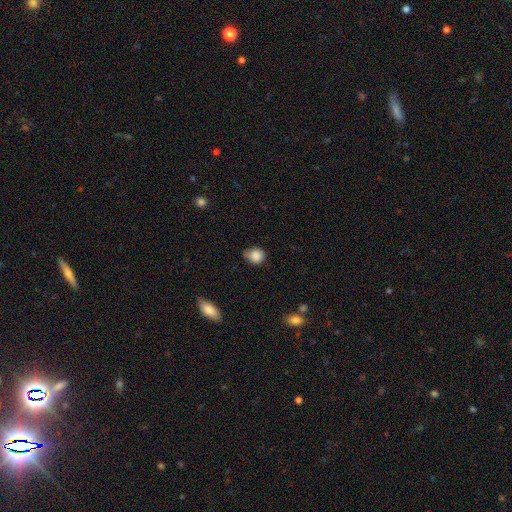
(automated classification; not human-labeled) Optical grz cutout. It shows a smooth galaxy with no disk features (87%) that is round (76%). Merging: none (64%).